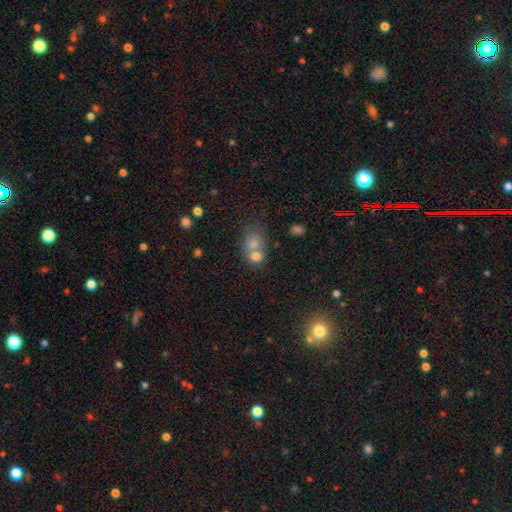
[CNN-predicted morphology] type=smooth (73%); roundness=round (55%); merging=merger (61%).